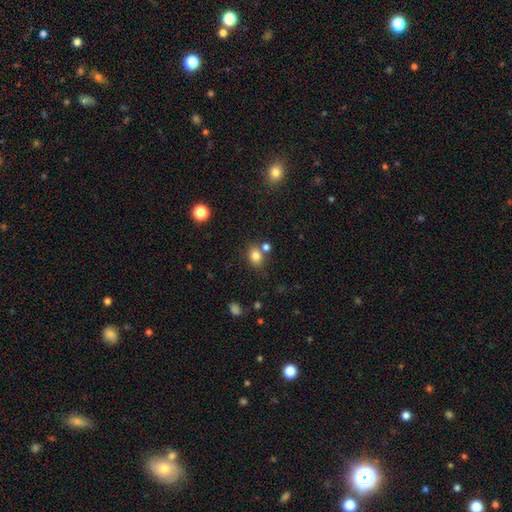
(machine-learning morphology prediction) Smooth or featured?
  - smooth: 81% *
  - star or artifact: 12%
  - featured or disk: 7%
How rounded?
  - in between: 50% *
  - round: 49%
  - cigar-shaped: 1%
Merging?
  - none: 65% *
  - merger: 19%
  - minor disturbance: 12%
  - major disturbance: 4%